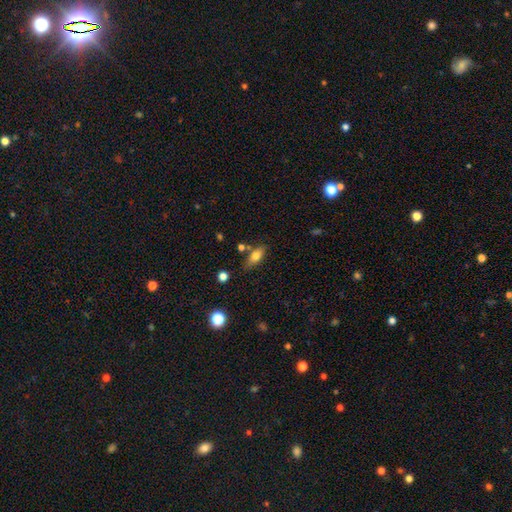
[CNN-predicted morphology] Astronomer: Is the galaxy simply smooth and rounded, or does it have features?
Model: smooth — 75%.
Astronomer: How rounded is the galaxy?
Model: in between — 79%.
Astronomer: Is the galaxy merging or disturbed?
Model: none — 71%.